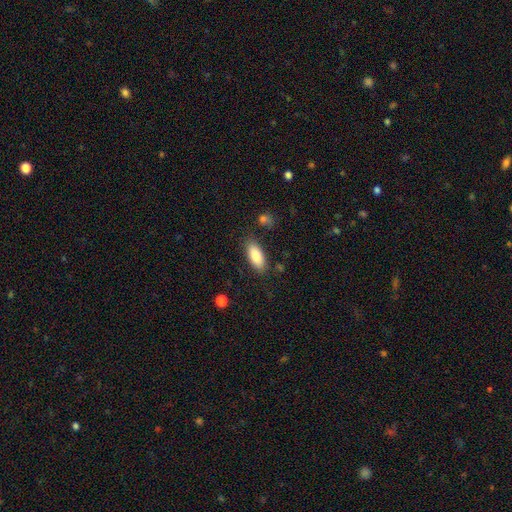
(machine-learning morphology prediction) smooth_or_featured: smooth (p=0.85) [alt: featured or disk p=0.09]
how_rounded: in between (p=0.83) [alt: cigar-shaped p=0.15]
merging: none (p=0.82) [alt: minor disturbance p=0.12]